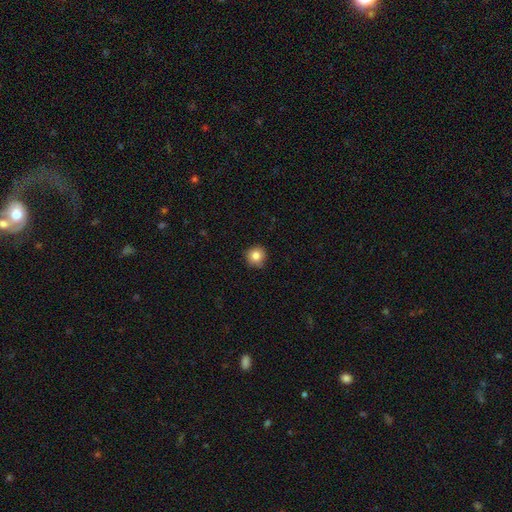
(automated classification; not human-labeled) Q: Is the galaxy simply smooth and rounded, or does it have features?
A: smooth — 83%.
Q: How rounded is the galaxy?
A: round — 94%.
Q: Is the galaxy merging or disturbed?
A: none — 88%.